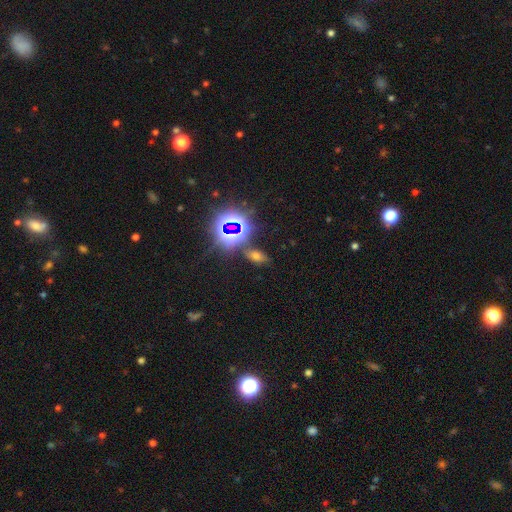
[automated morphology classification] star or artifact 44%, smooth 43%, featured or disk 12%.